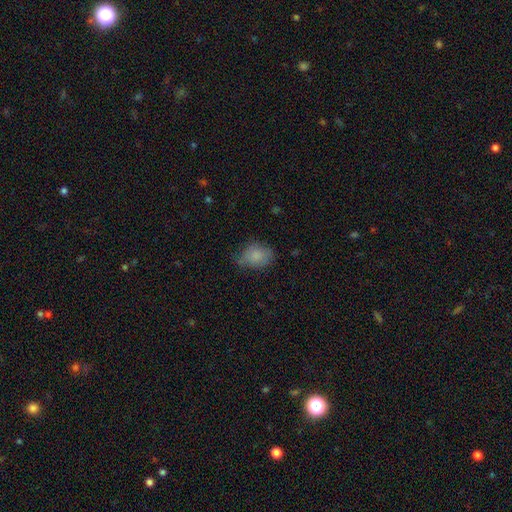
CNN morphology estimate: Smooth or featured?
  - smooth: 83% *
  - star or artifact: 9%
  - featured or disk: 8%
How rounded?
  - in between: 60% *
  - round: 39%
  - cigar-shaped: 1%
Merging?
  - none: 59% *
  - minor disturbance: 31%
  - major disturbance: 7%
  - merger: 2%